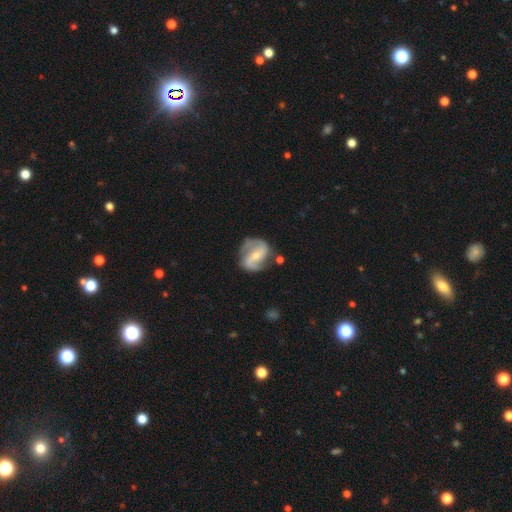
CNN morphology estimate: Smooth or featured?
  - featured or disk: 85% *
  - smooth: 10%
  - star or artifact: 5%
Edge-on disk?
  - no: 97% *
  - yes: 3%
Bar?
  - strong: 39% *
  - weak: 38%
  - no: 23%
Spiral arms?
  - yes: 95% *
  - no: 5%
Spiral winding?
  - medium: 47% *
  - loose: 35%
  - tight: 18%
Spiral arm count?
  - 2: 90% *
  - can't tell: 4%
  - 3: 2%
  - 1: 2%
  - 4: 1%
  - more than 4: 1%
Bulge size?
  - small: 54% *
  - moderate: 42%
  - none: 2%
  - large: 2%
  - dominant: 1%
Merging?
  - none: 71% *
  - minor disturbance: 18%
  - major disturbance: 7%
  - merger: 4%